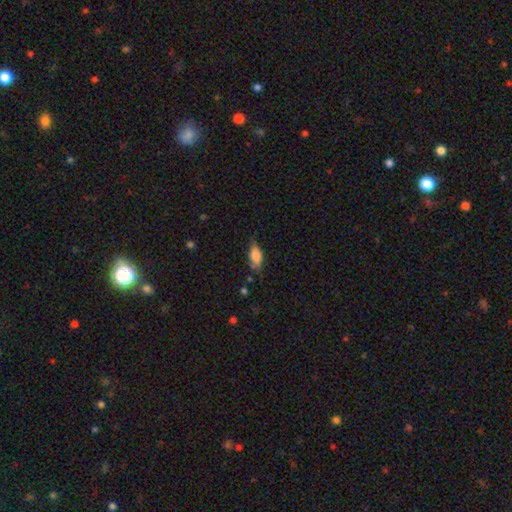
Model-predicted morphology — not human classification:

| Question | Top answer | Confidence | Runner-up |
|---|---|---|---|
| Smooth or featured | smooth | 72% | featured or disk (20%) |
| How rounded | in between | 80% | cigar-shaped (17%) |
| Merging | none | 60% | minor disturbance (30%) |